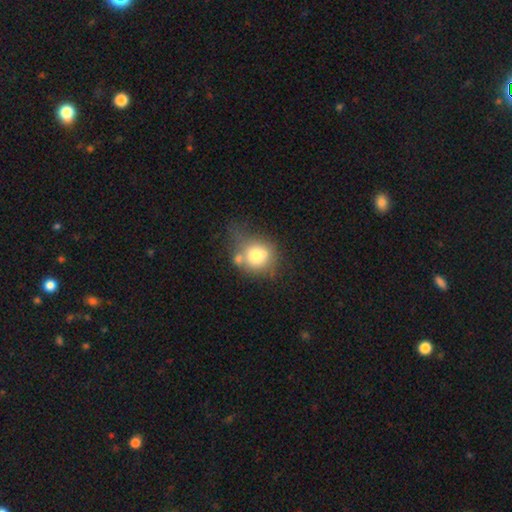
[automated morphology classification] This is likely a smooth galaxy (67%). How rounded: likely round (75%). Merging: marginally none (38%).